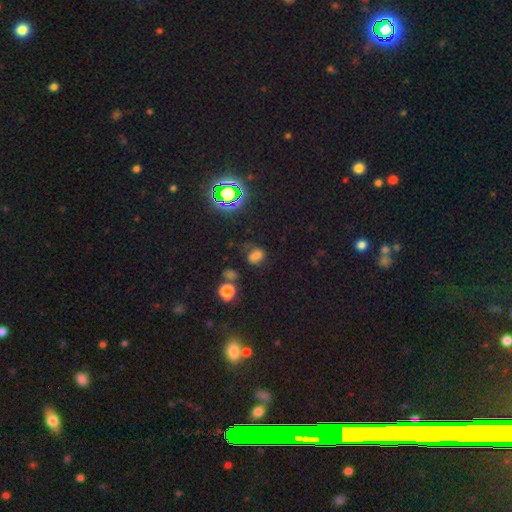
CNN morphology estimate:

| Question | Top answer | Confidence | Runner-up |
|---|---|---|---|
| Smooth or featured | smooth | 60% | star or artifact (28%) |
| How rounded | in between | 63% | round (35%) |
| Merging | none | 53% | minor disturbance (24%) |